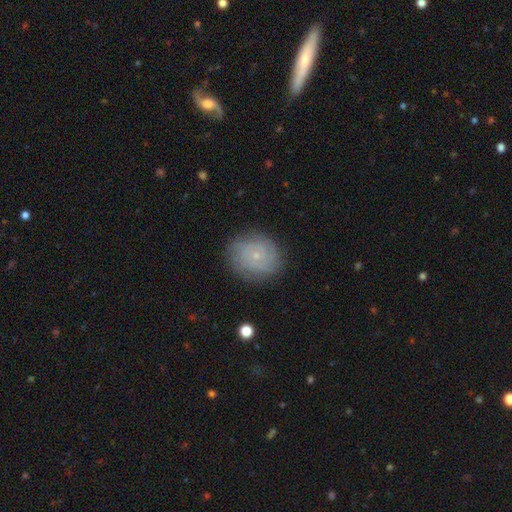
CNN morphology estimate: featured or disk 62%, smooth 28%, star or artifact 10%. Down the decision tree: edge-on disk — no (97%); bar — no (85%); spiral arms — yes (89%); spiral arm count — can't tell (45%); spiral winding — tight (74%); bulge size — small (85%); merging — none (82%).